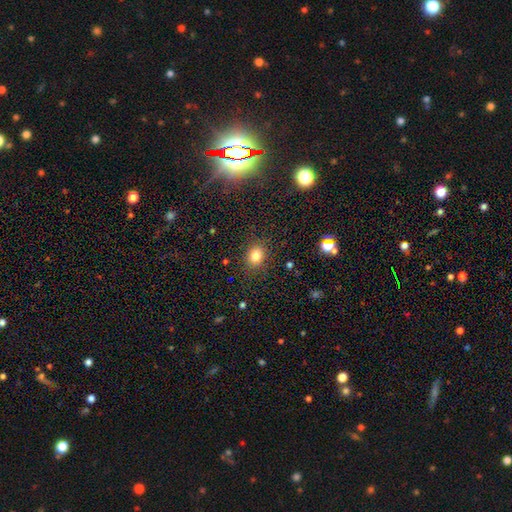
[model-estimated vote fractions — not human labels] smooth_or_featured: smooth (p=0.81) [alt: star or artifact p=0.13]
how_rounded: round (p=0.57) [alt: in between p=0.42]
merging: none (p=0.86) [alt: minor disturbance p=0.09]